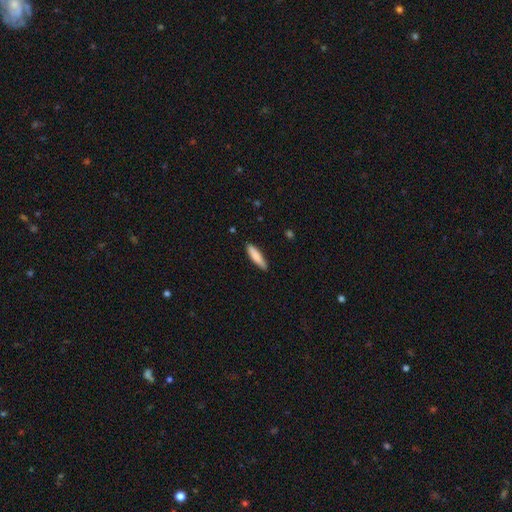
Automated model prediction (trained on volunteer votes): Smooth or featured? smooth (83%)
How rounded? cigar-shaped (78%)
Merging? none (87%)